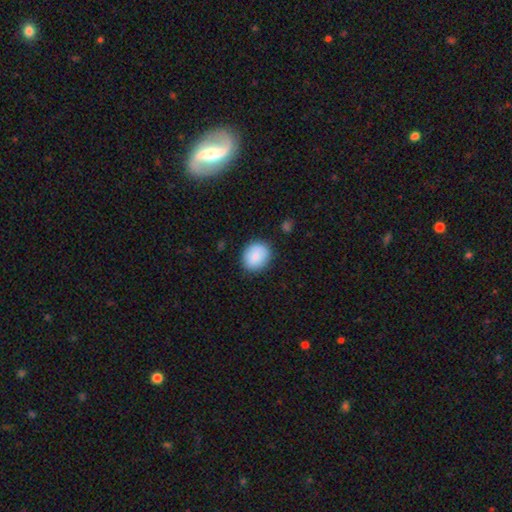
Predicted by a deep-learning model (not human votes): This is clearly a smooth galaxy (86%). How rounded: likely round (62%). Merging: clearly none (85%).